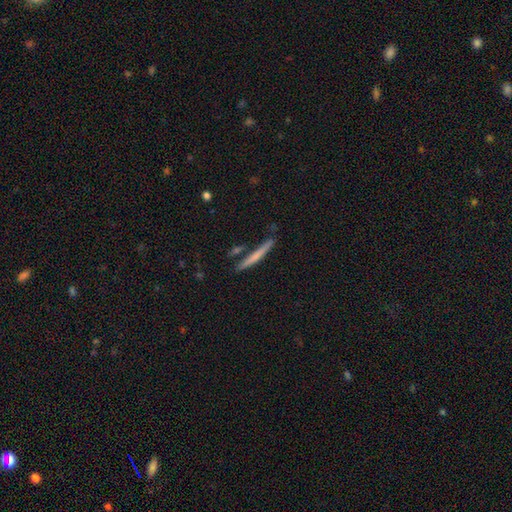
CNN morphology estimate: smooth 59%, featured or disk 36%, star or artifact 6%. Down the decision tree: how rounded — cigar-shaped (96%); merging — none (82%).